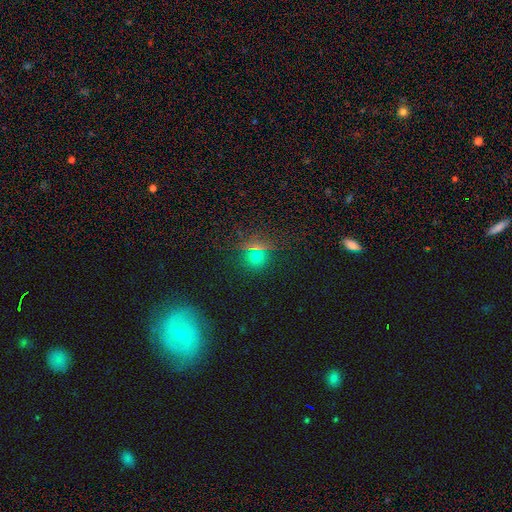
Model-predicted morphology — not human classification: smooth_or_featured: smooth (p=0.59) [alt: star or artifact p=0.33]
how_rounded: round (p=0.92) [alt: in between p=0.07]
merging: none (p=0.83) [alt: minor disturbance p=0.08]